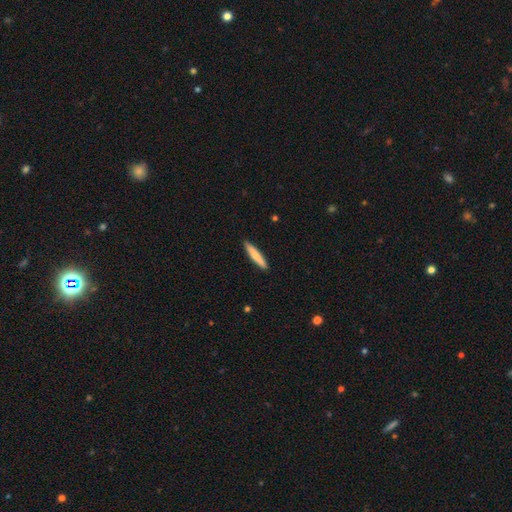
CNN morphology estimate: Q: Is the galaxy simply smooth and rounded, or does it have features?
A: smooth — 73%.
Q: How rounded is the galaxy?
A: cigar-shaped — 92%.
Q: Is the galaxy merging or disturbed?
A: none — 91%.